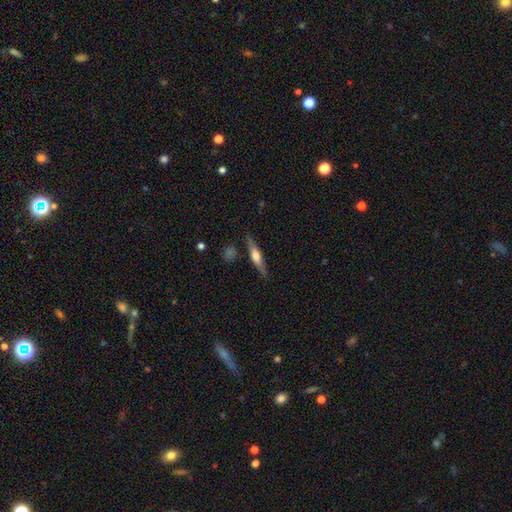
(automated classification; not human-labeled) Smooth or featured? featured or disk (60%)
Edge-on disk? yes (95%)
Edge-on bulge? rounded (83%)
Merging? none (84%)